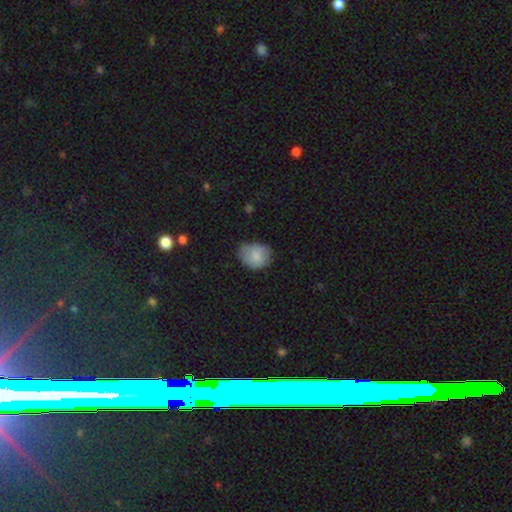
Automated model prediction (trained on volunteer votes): smooth_or_featured: smooth (p=0.81) [alt: featured or disk p=0.11]
how_rounded: round (p=0.54) [alt: in between p=0.45]
merging: none (p=0.63) [alt: minor disturbance p=0.29]